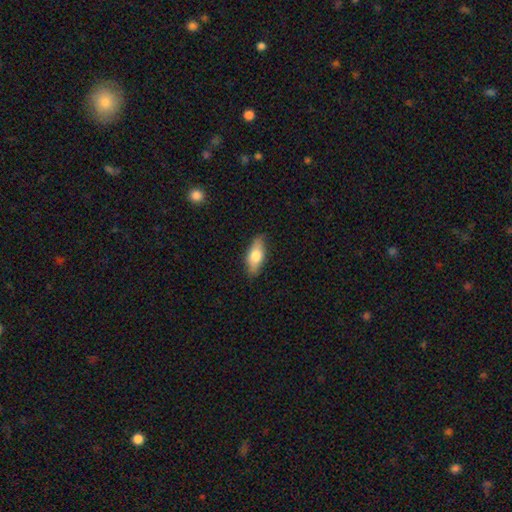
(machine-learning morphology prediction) Smooth or featured?
  - smooth: 70% *
  - featured or disk: 24%
  - star or artifact: 6%
How rounded?
  - in between: 76% *
  - cigar-shaped: 20%
  - round: 3%
Merging?
  - none: 86% *
  - minor disturbance: 11%
  - major disturbance: 2%
  - merger: 1%